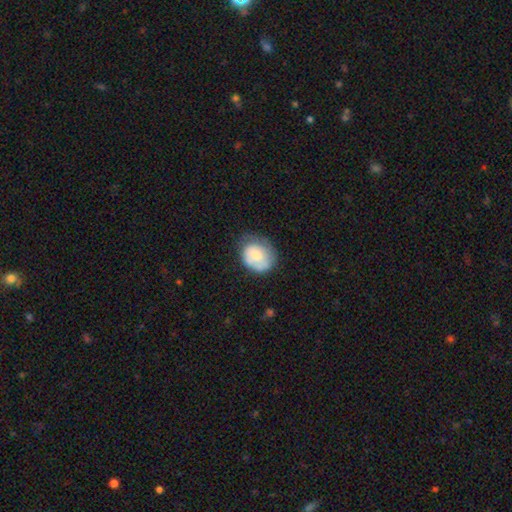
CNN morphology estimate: smooth 63%, featured or disk 30%, star or artifact 7%. Down the decision tree: how rounded — round (60%); merging — none (53%).